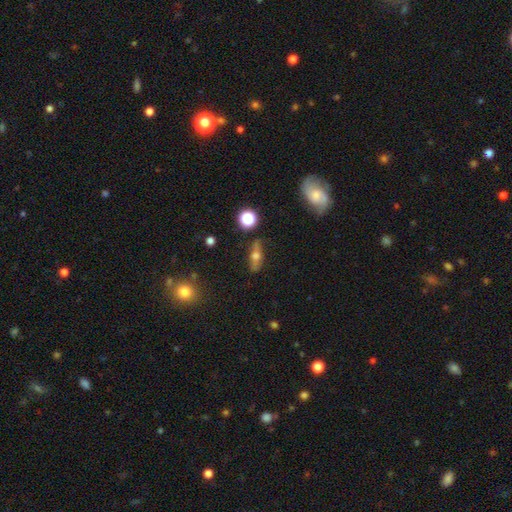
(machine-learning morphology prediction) A featured or disk galaxy (50%) viewed edge-on (75%).

Vote fractions:
- Smooth or featured? featured or disk: 50% / smooth: 37% / star or artifact: 13%
- Edge-on disk? yes: 75% / no: 25%
- Merging? none: 76% / minor disturbance: 15% / major disturbance: 6% / merger: 3%